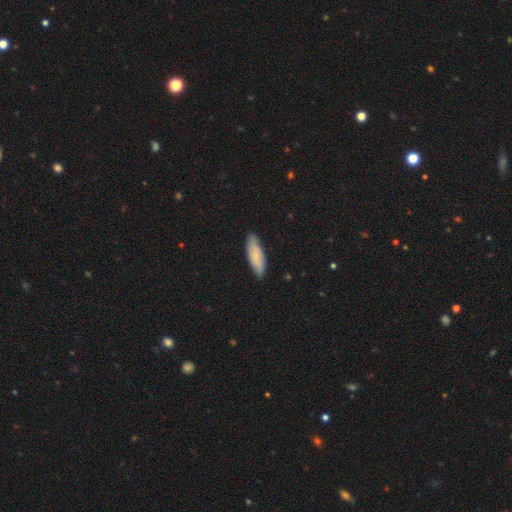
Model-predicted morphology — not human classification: smooth-or-featured: smooth: 76% | featured or disk: 18% | star or artifact: 6%
  how-rounded: in between: 52% | cigar-shaped: 46% | round: 2%
  merging: none: 83% | minor disturbance: 14% | major disturbance: 2% | merger: 1%